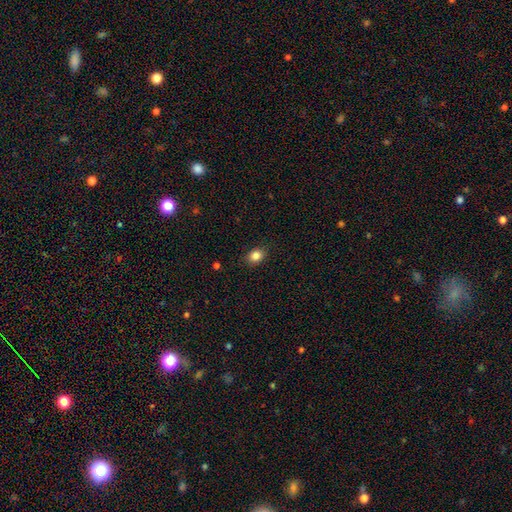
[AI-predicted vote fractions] Morphology: type=smooth (84%); roundness=in between (53%); merging=none (88%).